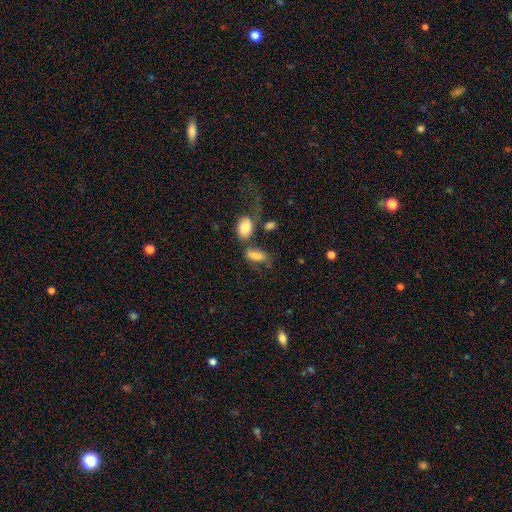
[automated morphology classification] Q: Smooth or featured?
A: smooth (80%); runner-up: featured or disk (12%)
Q: How rounded?
A: in between (85%); runner-up: cigar-shaped (11%)
Q: Merging?
A: none (39%); runner-up: merger (27%)